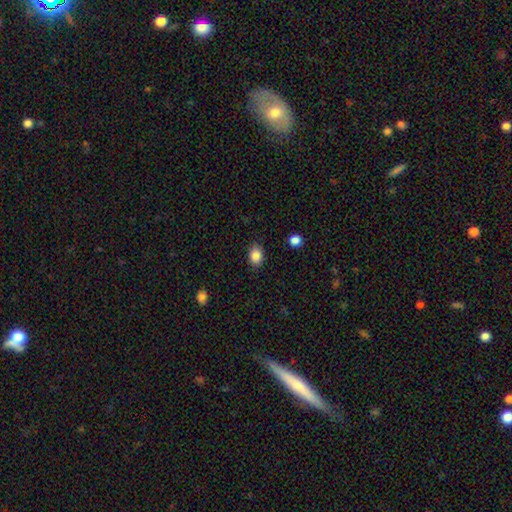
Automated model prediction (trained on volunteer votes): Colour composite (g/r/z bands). It shows a smooth galaxy with no disk features (86%) that is in between round and cigar-shaped (68%). Merging: none (86%).